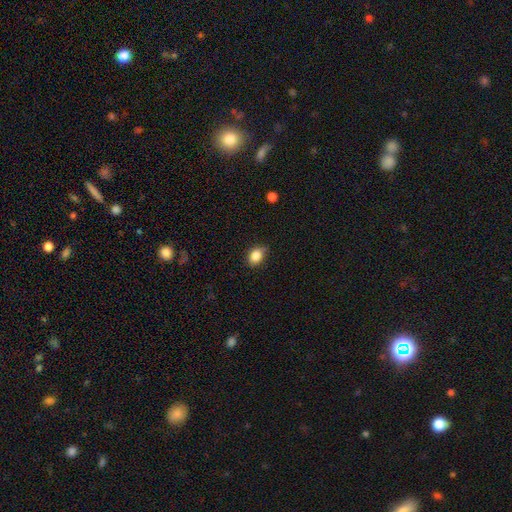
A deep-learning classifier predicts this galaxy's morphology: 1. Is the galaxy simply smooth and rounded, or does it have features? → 84% smooth, 9% star or artifact, 6% featured or disk.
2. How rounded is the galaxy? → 65% in between, 33% round, 1% cigar-shaped.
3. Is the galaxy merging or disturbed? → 70% none, 25% minor disturbance, 4% major disturbance, 1% merger.